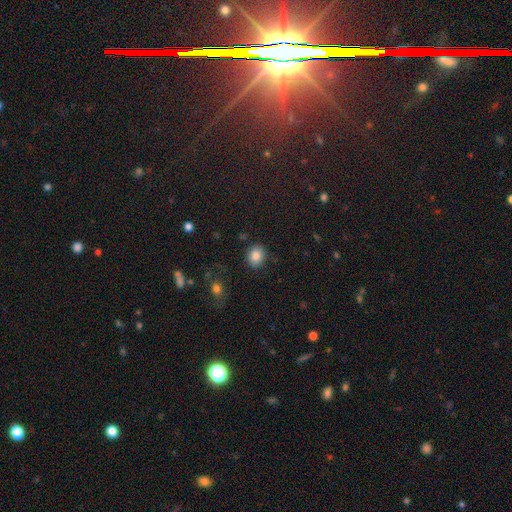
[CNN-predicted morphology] A smooth galaxy with no disk features (85%) that is round (61%). Merging: none (87%).